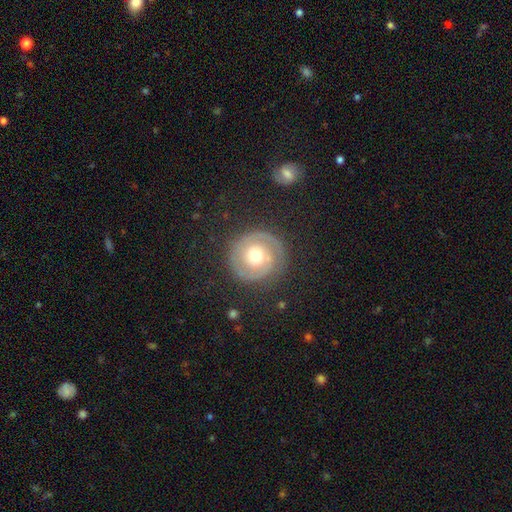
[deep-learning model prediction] The model was most divided on "spiral winding": tight: 67%, medium: 26%, loose: 7%. More confident: edge-on disk — no (98%); spiral arms — yes (88%); merging — none (84%); smooth or featured — featured or disk (77%); bar — no (76%); spiral arm count — 2 (74%); bulge size — moderate (72%).